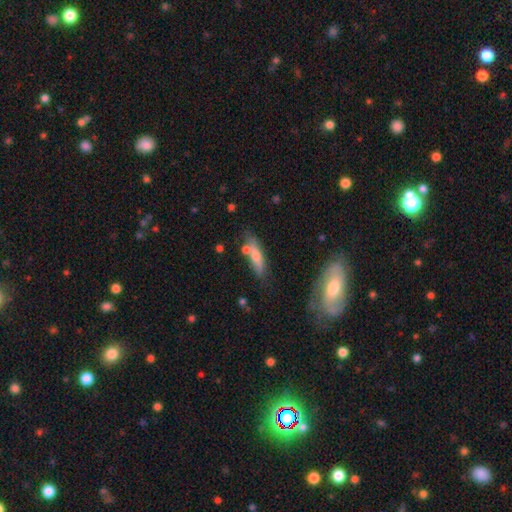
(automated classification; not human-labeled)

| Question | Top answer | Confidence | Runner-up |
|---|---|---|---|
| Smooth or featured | smooth | 61% | featured or disk (31%) |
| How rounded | cigar-shaped | 65% | in between (32%) |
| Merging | none | 63% | minor disturbance (19%) |